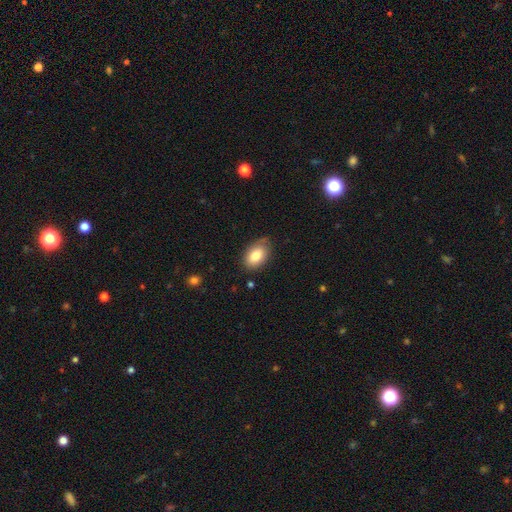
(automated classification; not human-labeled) Smooth or featured?
  - smooth: 81% *
  - featured or disk: 12%
  - star or artifact: 7%
How rounded?
  - in between: 90% *
  - round: 9%
  - cigar-shaped: 1%
Merging?
  - none: 78% *
  - minor disturbance: 17%
  - major disturbance: 3%
  - merger: 1%